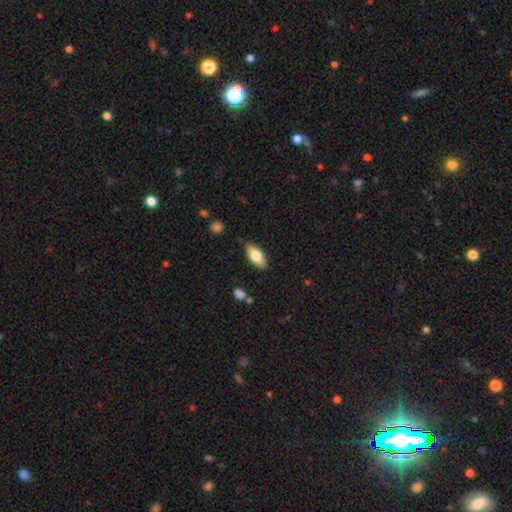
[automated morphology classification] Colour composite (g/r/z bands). It shows a smooth galaxy with no disk features (73%) that is in between round and cigar-shaped (87%). Merging: none (82%).